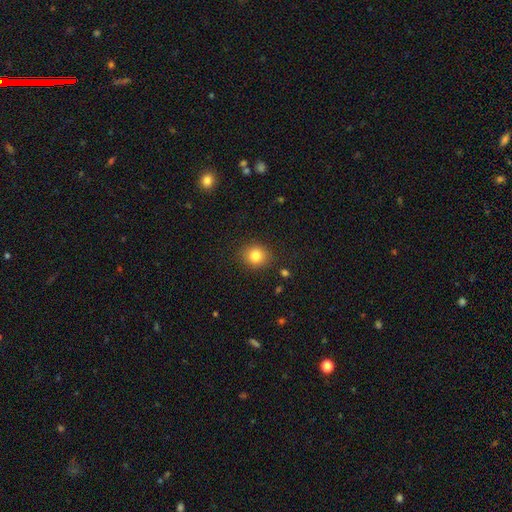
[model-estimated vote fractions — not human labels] smooth-or-featured: smooth: 83% | star or artifact: 11% | featured or disk: 6%
  how-rounded: round: 77% | in between: 22% | cigar-shaped: 1%
  merging: none: 88% | minor disturbance: 8% | major disturbance: 2% | merger: 1%